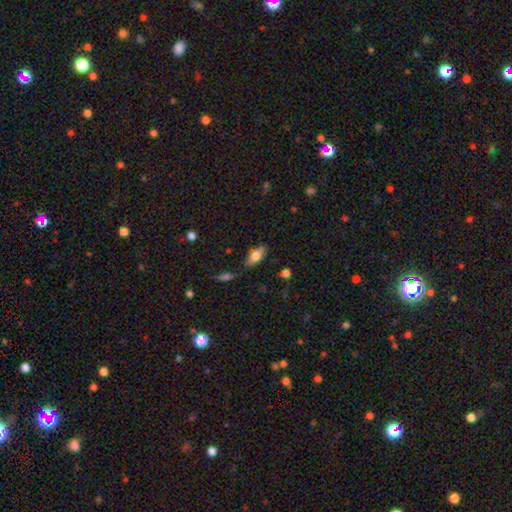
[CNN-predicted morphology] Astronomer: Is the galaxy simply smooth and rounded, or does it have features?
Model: smooth — 65%.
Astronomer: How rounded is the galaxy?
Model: in between — 78%.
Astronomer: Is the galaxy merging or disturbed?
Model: none — 79%.